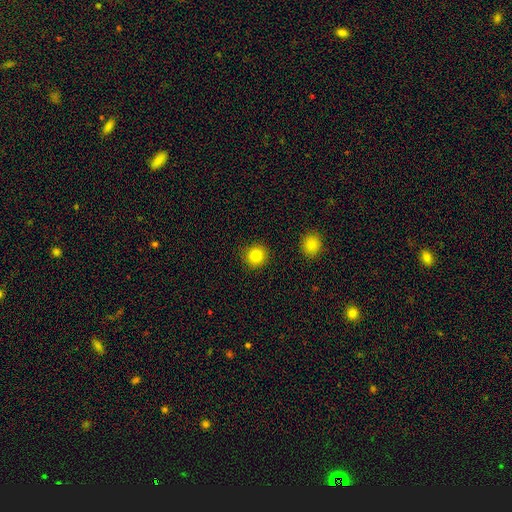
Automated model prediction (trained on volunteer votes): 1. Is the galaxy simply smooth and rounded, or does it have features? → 84% smooth, 10% star or artifact, 6% featured or disk.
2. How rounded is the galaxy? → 92% round, 7% in between, 1% cigar-shaped.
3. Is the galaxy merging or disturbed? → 91% none, 5% minor disturbance, 2% major disturbance, 2% merger.